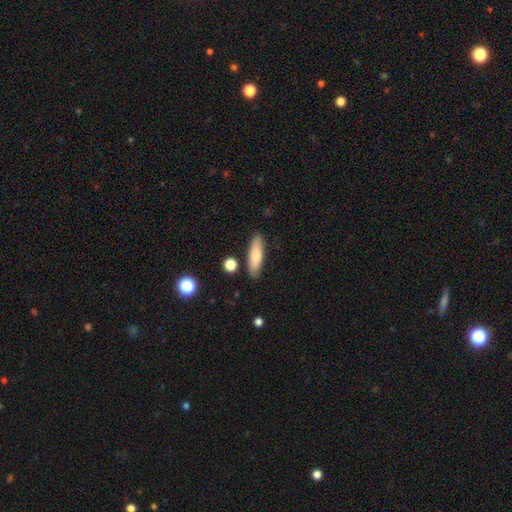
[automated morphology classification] type=smooth (76%); roundness=cigar-shaped (57%); merging=none (86%).